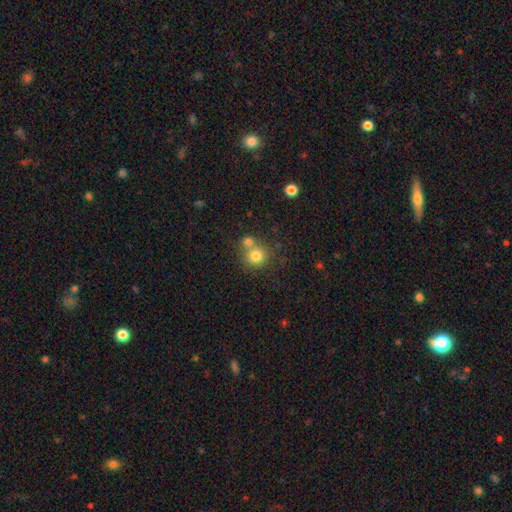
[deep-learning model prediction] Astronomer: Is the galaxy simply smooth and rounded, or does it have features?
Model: smooth — 78%.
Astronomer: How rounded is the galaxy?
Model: round — 89%.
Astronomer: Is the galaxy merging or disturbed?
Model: none — 54% (runner-up: merger, 35%).